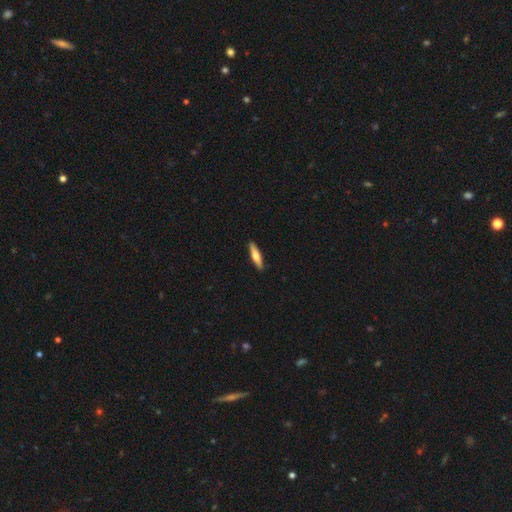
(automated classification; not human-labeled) Smooth or featured: smooth — 60% (featured or disk — 34%)
How rounded: cigar-shaped — 79% (in between — 19%)
Merging: none — 91% (minor disturbance — 7%)